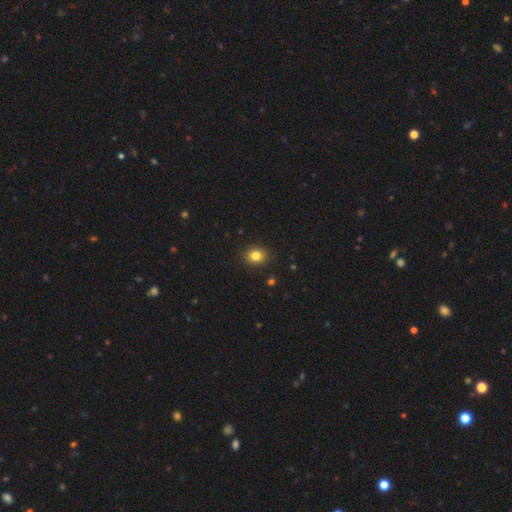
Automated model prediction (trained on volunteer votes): smooth-or-featured: smooth: 83% | star or artifact: 11% | featured or disk: 6%
  how-rounded: round: 59% | in between: 40% | cigar-shaped: 1%
  merging: none: 90% | minor disturbance: 7% | major disturbance: 2% | merger: 1%